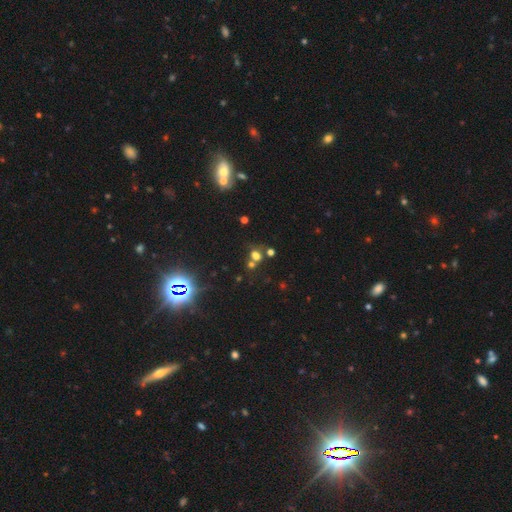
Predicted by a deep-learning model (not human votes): Q: Smooth or featured?
A: smooth (52%); runner-up: star or artifact (37%)
Q: How rounded?
A: round (61%); runner-up: in between (37%)
Q: Merging?
A: none (52%); runner-up: merger (31%)